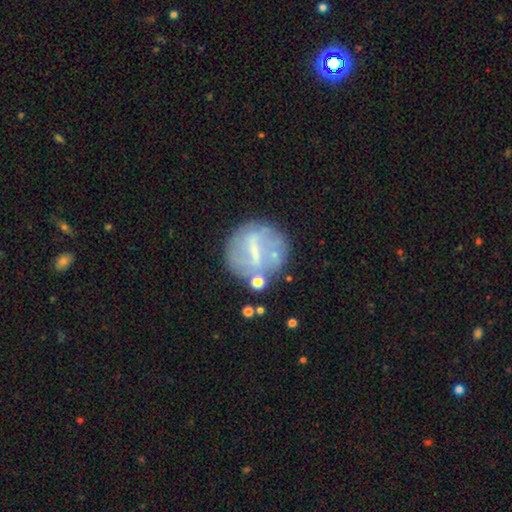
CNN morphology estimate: The model was most divided on "bulge size": none: 41%, small: 38%, moderate: 17%, large: 2%, dominant: 1%. Remaining: edge-on disk — no (94%); spiral arms — no (68%); merging — none (66%); smooth or featured — featured or disk (57%); bar — strong (48%).